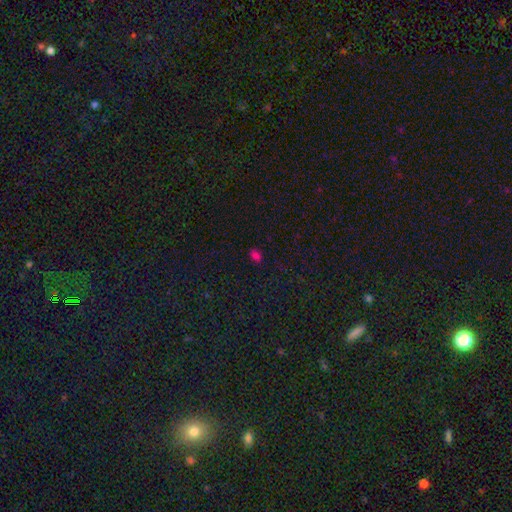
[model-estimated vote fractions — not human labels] smooth-or-featured: smooth: 71% | star or artifact: 24% | featured or disk: 5%
  how-rounded: in between: 82% | round: 16% | cigar-shaped: 2%
  merging: none: 82% | minor disturbance: 13% | major disturbance: 3% | merger: 2%